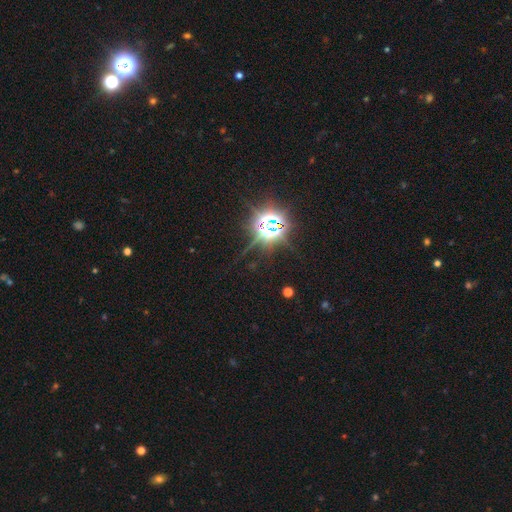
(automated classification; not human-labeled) This is clearly a star or artifact rather than a galaxy (86%).